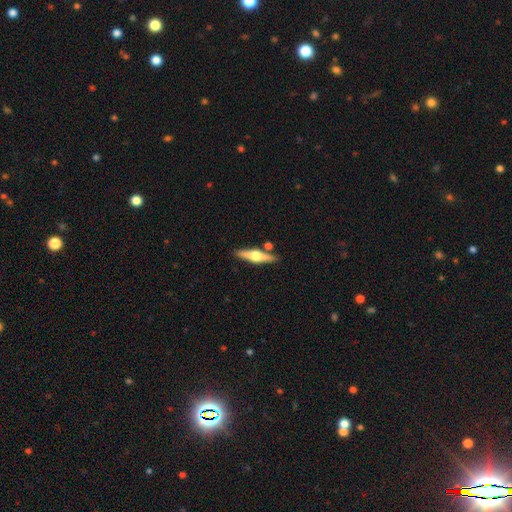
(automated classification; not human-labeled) Smooth or featured? featured or disk (66%)
Edge-on disk? yes (96%)
Edge-on bulge? rounded (94%)
Merging? none (82%)